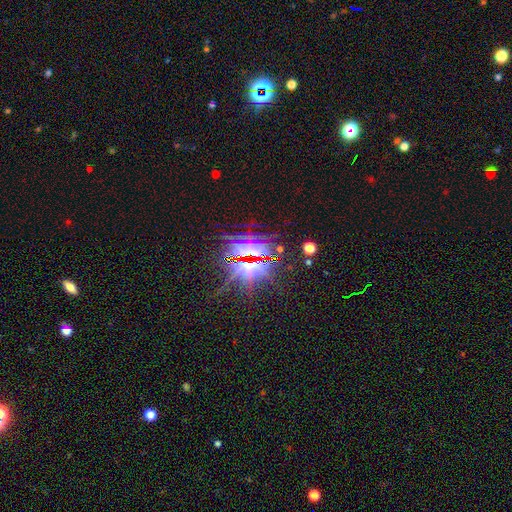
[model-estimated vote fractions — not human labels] Q: Smooth or featured?
A: star or artifact (70%); runner-up: featured or disk (16%)